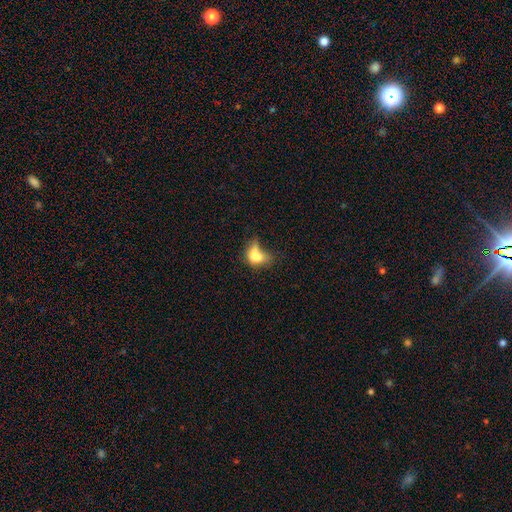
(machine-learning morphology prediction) Smooth or featured?
  - smooth: 69% *
  - featured or disk: 20%
  - star or artifact: 11%
How rounded?
  - in between: 78% *
  - round: 19%
  - cigar-shaped: 3%
Merging?
  - major disturbance: 33% *
  - merger: 28%
  - minor disturbance: 20%
  - none: 19%